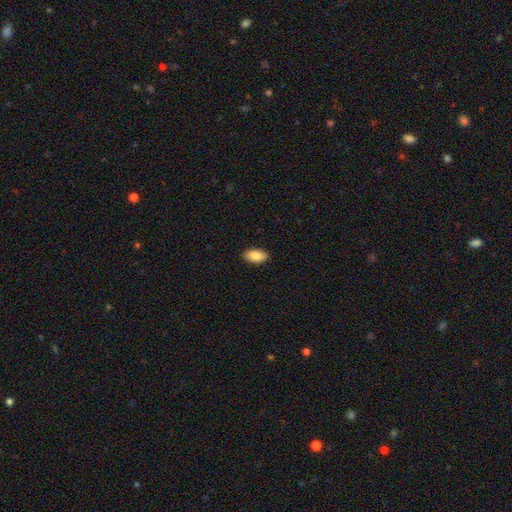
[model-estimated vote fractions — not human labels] Smooth or featured? smooth (88%)
How rounded? in between (94%)
Merging? none (90%)